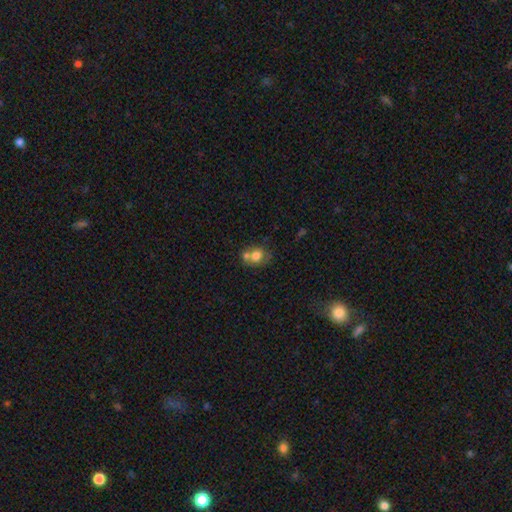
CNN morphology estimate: This appears to be a smooth galaxy with no disk features (72%) that is round (63%). Merging: merger (41%, tied with none).